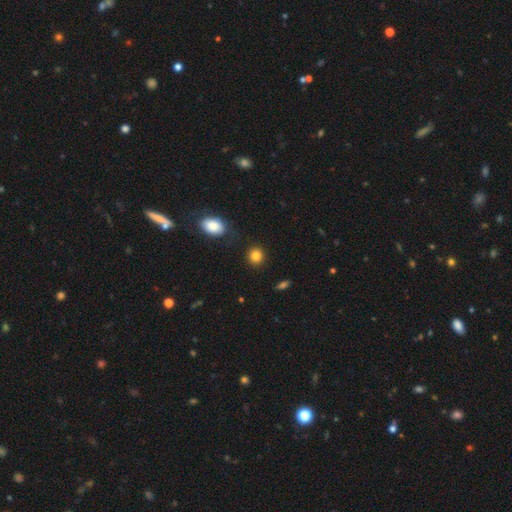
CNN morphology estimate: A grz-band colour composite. It shows a smooth galaxy with no disk features (85%) that is round (85%). Merging: none (88%).